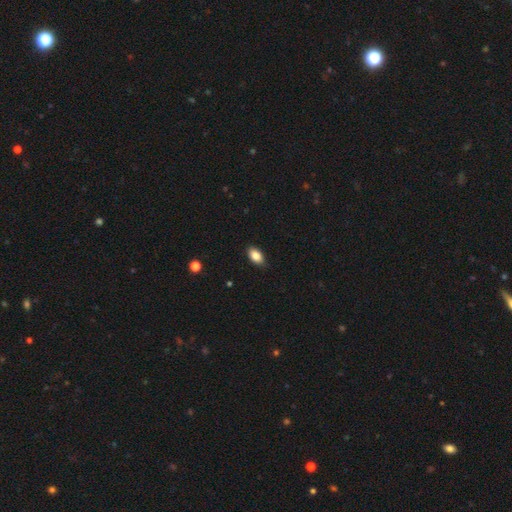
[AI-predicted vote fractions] Smooth or featured: smooth — 85% (star or artifact — 8%)
How rounded: in between — 91% (round — 7%)
Merging: none — 86% (minor disturbance — 11%)